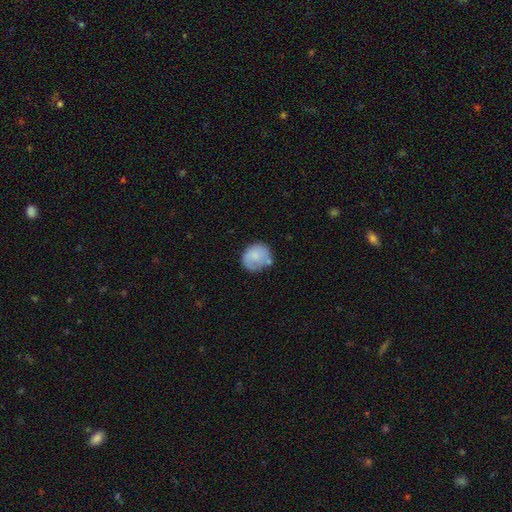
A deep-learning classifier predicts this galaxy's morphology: smooth_or_featured: smooth (p=0.75) [alt: featured or disk p=0.18]
how_rounded: round (p=0.79) [alt: in between p=0.21]
merging: none (p=0.59) [alt: minor disturbance p=0.25]